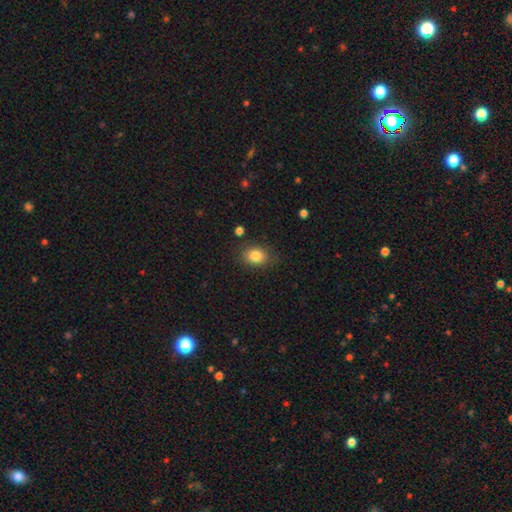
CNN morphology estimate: smooth_or_featured: smooth (p=0.84) [alt: star or artifact p=0.09]
how_rounded: in between (p=0.63) [alt: round p=0.36]
merging: none (p=0.81) [alt: minor disturbance p=0.13]